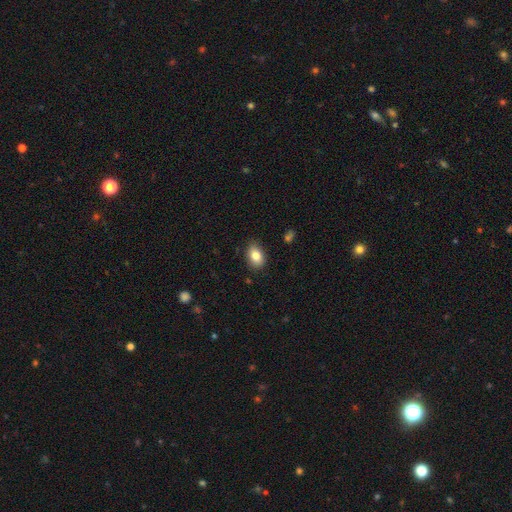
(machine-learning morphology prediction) Smooth or featured?
  - smooth: 83% *
  - star or artifact: 8%
  - featured or disk: 8%
How rounded?
  - in between: 82% *
  - round: 16%
  - cigar-shaped: 1%
Merging?
  - none: 82% *
  - minor disturbance: 14%
  - major disturbance: 2%
  - merger: 1%